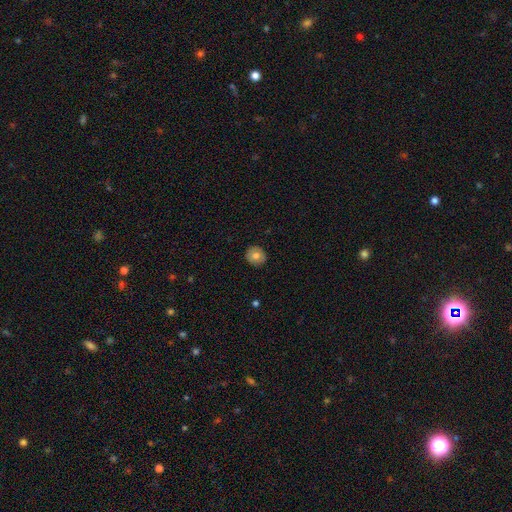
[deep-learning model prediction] Smooth or featured? Predicted: smooth (p=0.73). How rounded? Predicted: round (p=0.86). Merging? Predicted: none (p=0.90).